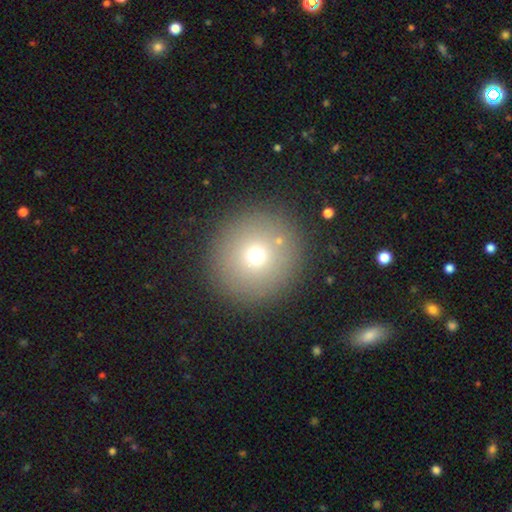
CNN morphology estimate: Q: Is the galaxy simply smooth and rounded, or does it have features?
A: smooth — 69%.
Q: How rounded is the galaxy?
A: round — 95%.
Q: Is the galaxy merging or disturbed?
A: none — 88%.